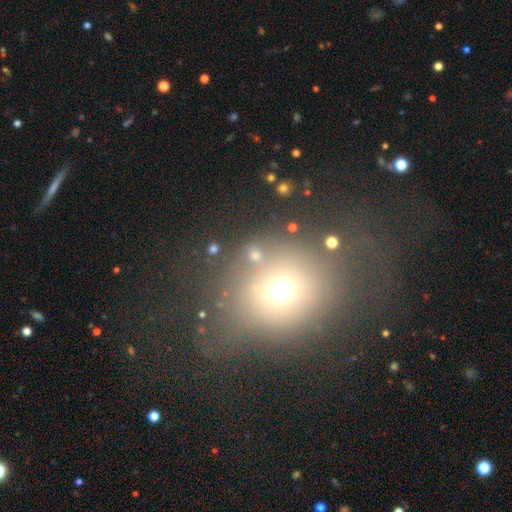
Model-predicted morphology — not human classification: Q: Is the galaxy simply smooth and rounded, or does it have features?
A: smooth — 56%.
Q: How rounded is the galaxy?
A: round — 72%.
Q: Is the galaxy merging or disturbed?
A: none — 69%.